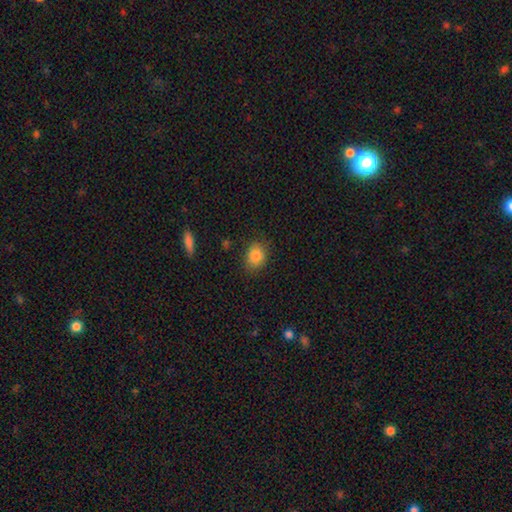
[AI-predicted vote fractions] Morphology: type=smooth (84%); roundness=in between (57%); merging=none (82%).